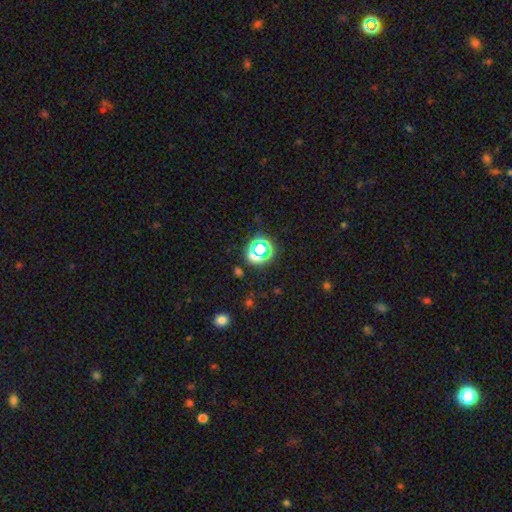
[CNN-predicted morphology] Smooth or featured: star or artifact — 61% (smooth — 29%)